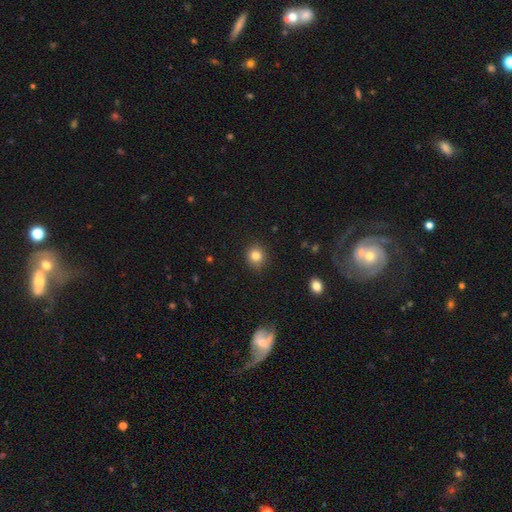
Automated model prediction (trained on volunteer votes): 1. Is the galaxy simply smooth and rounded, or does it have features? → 82% smooth, 12% star or artifact, 6% featured or disk.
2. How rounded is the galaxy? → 87% round, 12% in between, 1% cigar-shaped.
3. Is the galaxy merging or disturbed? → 87% none, 9% minor disturbance, 2% major disturbance, 1% merger.